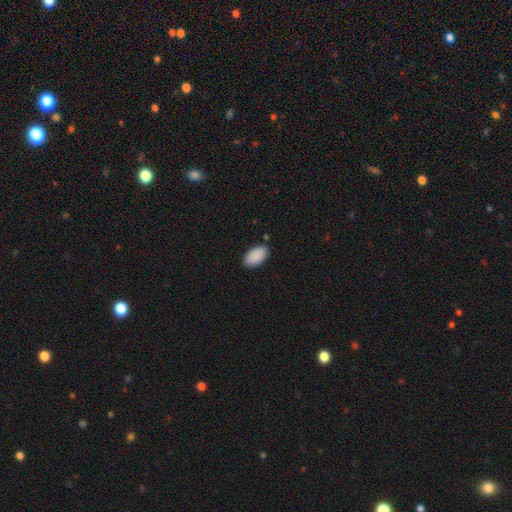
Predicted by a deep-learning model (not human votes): Overall: smooth (90%). How rounded: in between (95%). Merging: none (86%).